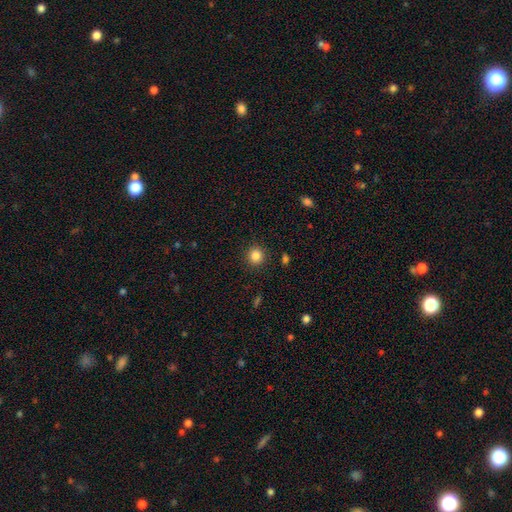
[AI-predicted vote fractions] Smooth or featured? Predicted: smooth (p=0.85). How rounded? Predicted: round (p=0.92). Merging? Predicted: none (p=0.91).